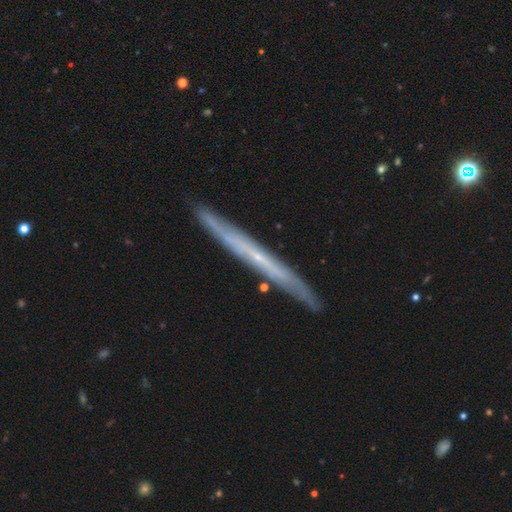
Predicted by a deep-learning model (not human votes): This appears to be a featured or disk galaxy (66%) viewed edge-on (93%) with no central bulge (81%). Merging: none (87%).